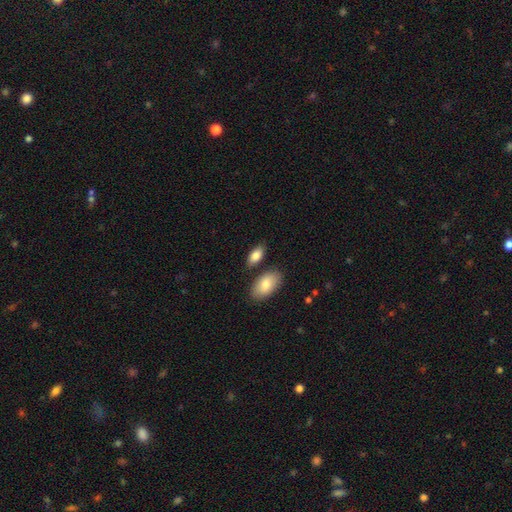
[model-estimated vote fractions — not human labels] smooth-or-featured: smooth: 84% | featured or disk: 10% | star or artifact: 6%
  how-rounded: in between: 90% | cigar-shaped: 6% | round: 4%
  merging: none: 74% | merger: 12% | minor disturbance: 12% | major disturbance: 3%